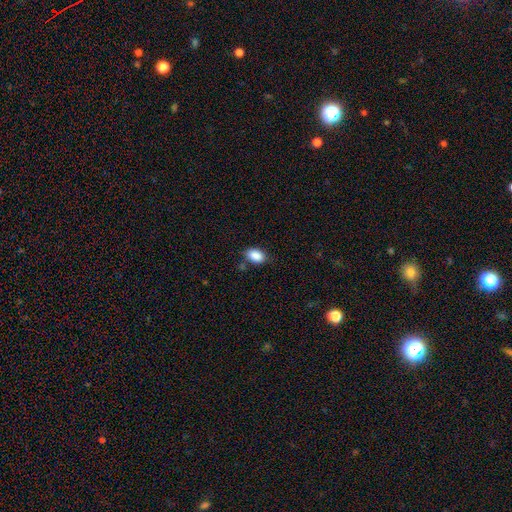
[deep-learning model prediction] This appears to be a smooth galaxy with no disk features (88%) that is in between round and cigar-shaped (88%). Merging: none (71%).